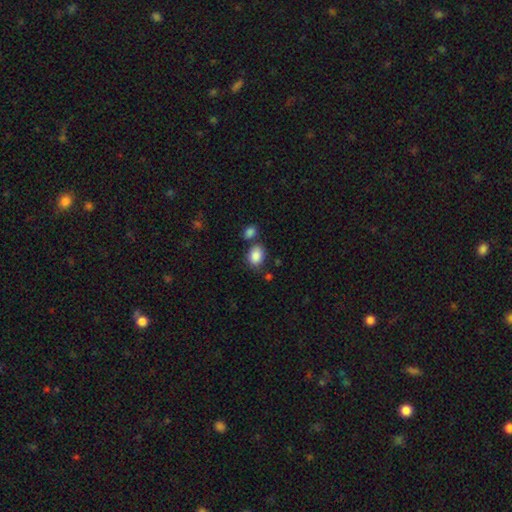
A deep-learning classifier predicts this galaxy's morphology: This appears to be a smooth galaxy with no disk features (87%) that is in between round and cigar-shaped (64%). Merging: none (65%).